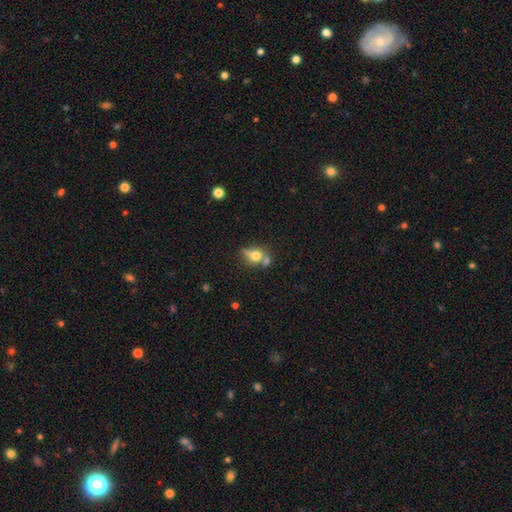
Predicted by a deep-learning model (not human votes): The model was most divided on "how rounded": in between: 49%, round: 43%, cigar-shaped: 7%. Remaining: smooth or featured — smooth (60%); merging — none (44%).